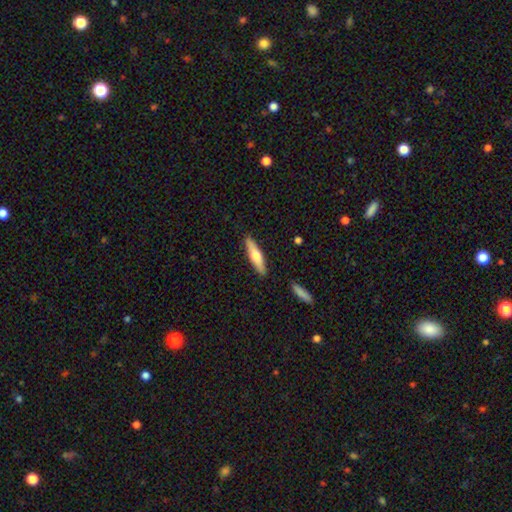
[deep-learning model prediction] Smooth or featured: smooth — 55% (featured or disk — 40%)
How rounded: cigar-shaped — 74% (in between — 25%)
Merging: none — 89% (minor disturbance — 8%)